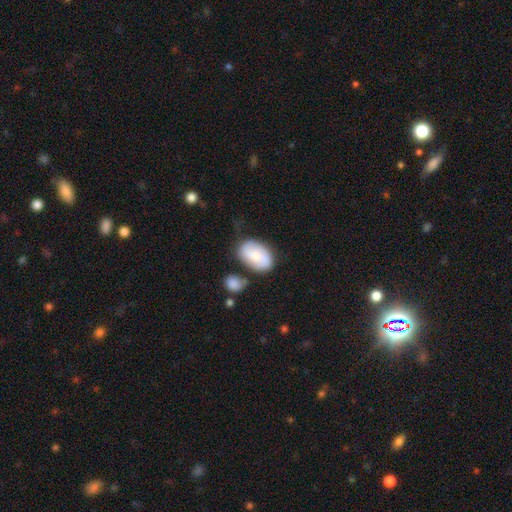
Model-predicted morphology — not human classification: smooth_or_featured: smooth (p=0.60) [alt: featured or disk p=0.33]
how_rounded: in between (p=0.88) [alt: round p=0.10]
merging: none (p=0.58) [alt: minor disturbance p=0.22]